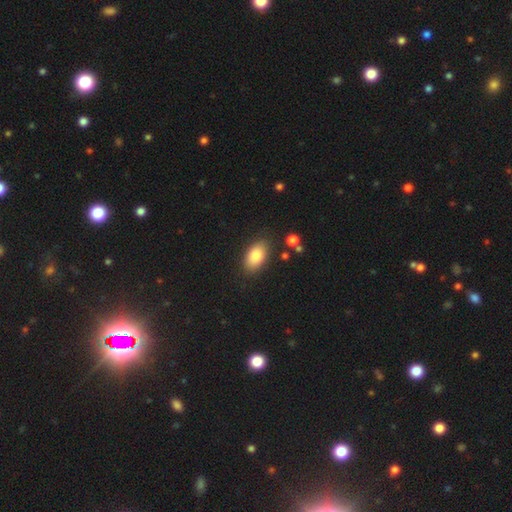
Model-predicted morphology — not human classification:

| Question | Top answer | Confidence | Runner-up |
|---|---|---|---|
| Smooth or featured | smooth | 85% | featured or disk (8%) |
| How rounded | in between | 92% | round (5%) |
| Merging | none | 84% | minor disturbance (11%) |